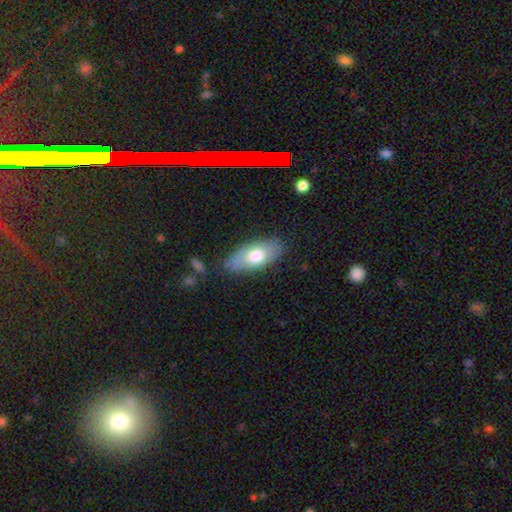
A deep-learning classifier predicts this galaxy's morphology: type=smooth (70%); roundness=in between (87%); merging=none (74%).